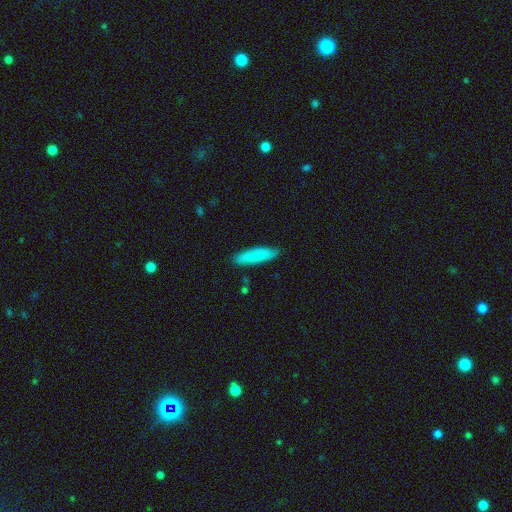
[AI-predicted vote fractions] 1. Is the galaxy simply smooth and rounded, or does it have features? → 85% smooth, 9% featured or disk, 6% star or artifact.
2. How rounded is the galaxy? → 70% cigar-shaped, 28% in between, 1% round.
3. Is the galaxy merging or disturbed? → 86% none, 10% minor disturbance, 2% major disturbance, 1% merger.